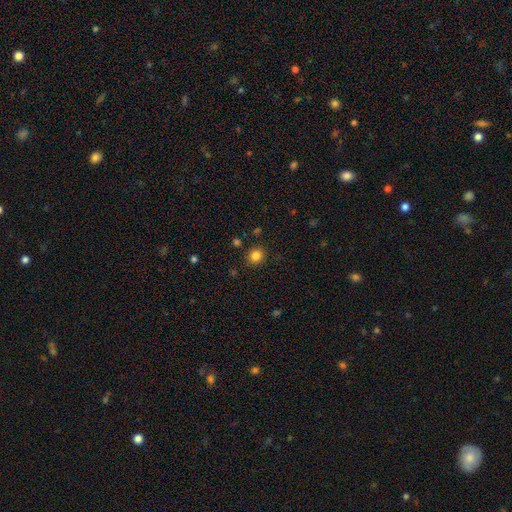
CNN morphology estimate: Smooth or featured?
  - smooth: 83% *
  - star or artifact: 12%
  - featured or disk: 5%
How rounded?
  - round: 82% *
  - in between: 17%
  - cigar-shaped: 1%
Merging?
  - none: 88% *
  - minor disturbance: 8%
  - major disturbance: 2%
  - merger: 2%